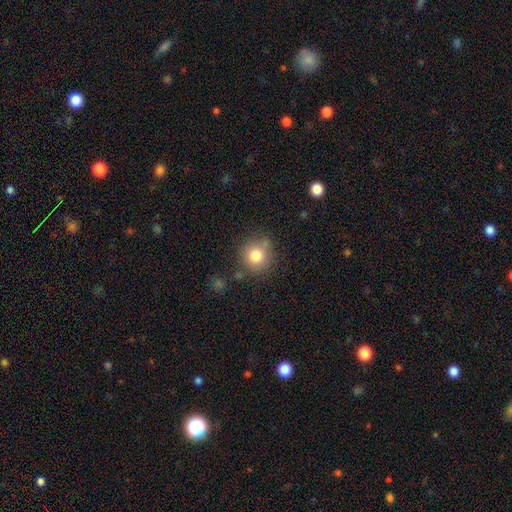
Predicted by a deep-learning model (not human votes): Q: Smooth or featured?
A: smooth (80%); runner-up: star or artifact (11%)
Q: How rounded?
A: round (89%); runner-up: in between (10%)
Q: Merging?
A: none (72%); runner-up: minor disturbance (16%)